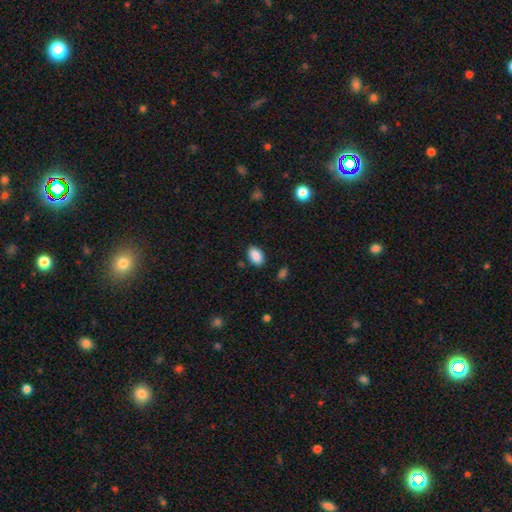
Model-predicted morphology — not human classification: Overall: smooth (88%). How rounded: in between (90%). Merging: none (85%).